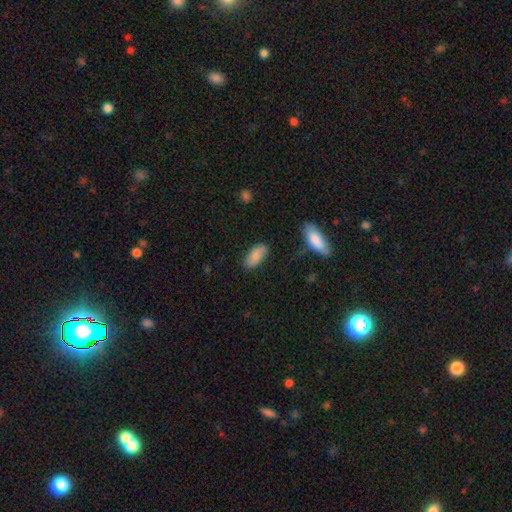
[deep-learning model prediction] smooth 79%, featured or disk 14%, star or artifact 7%. Down the decision tree: how rounded — in between (88%); merging — none (82%).